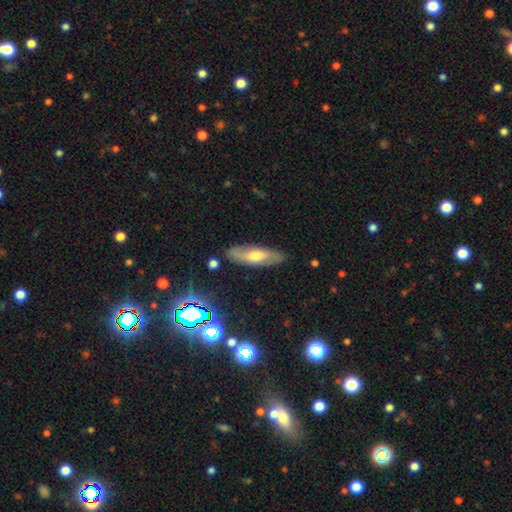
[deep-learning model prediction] Smooth or featured?
  - smooth: 48% *
  - featured or disk: 45%
  - star or artifact: 7%
Merging?
  - none: 84% *
  - minor disturbance: 12%
  - major disturbance: 2%
  - merger: 2%